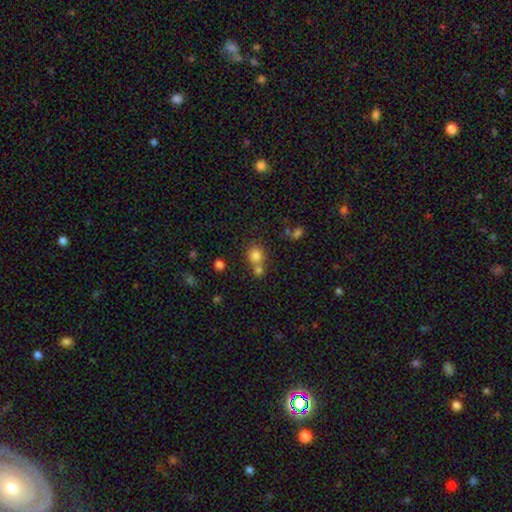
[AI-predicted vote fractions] Smooth or featured? smooth (80%)
How rounded? round (82%)
Merging? none (50%)